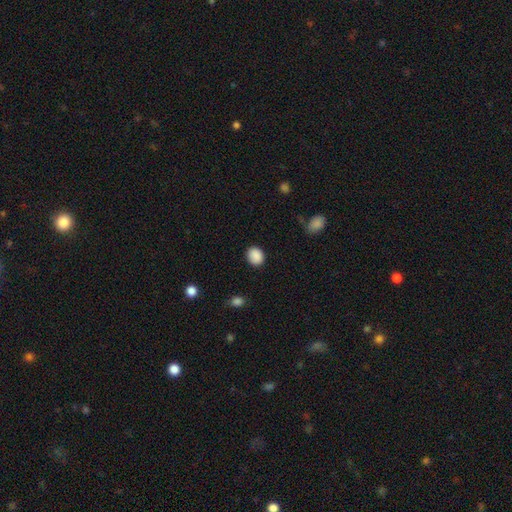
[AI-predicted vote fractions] A smooth galaxy with no disk features (89%) that is round (57%). Merging: none (87%).